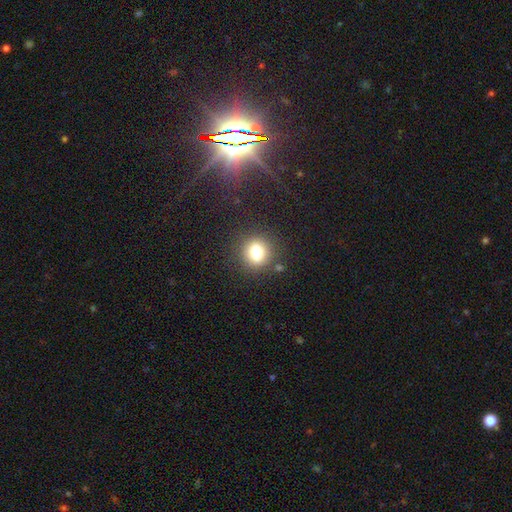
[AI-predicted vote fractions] Smooth or featured? Predicted: smooth (p=0.78). How rounded? Predicted: round (p=0.68). Merging? Predicted: none (p=0.84).